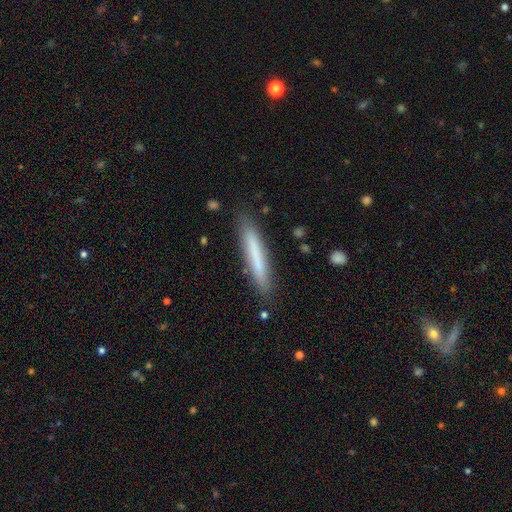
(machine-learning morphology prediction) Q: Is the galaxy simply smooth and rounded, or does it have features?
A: smooth — 69%.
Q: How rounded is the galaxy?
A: cigar-shaped — 94%.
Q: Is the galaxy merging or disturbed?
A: none — 86%.